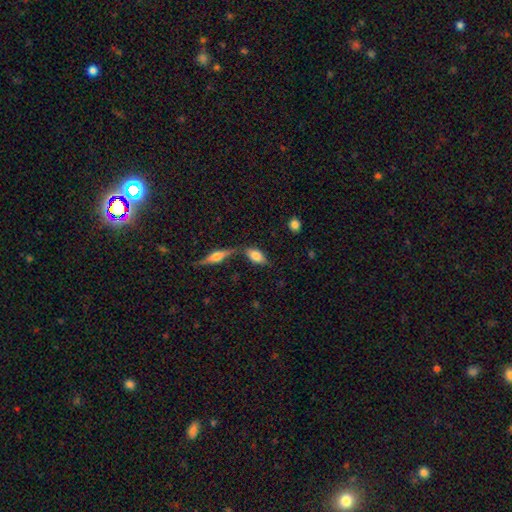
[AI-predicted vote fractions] smooth-or-featured: smooth: 70% | featured or disk: 23% | star or artifact: 7%
  how-rounded: in between: 86% | cigar-shaped: 10% | round: 4%
  merging: none: 62% | merger: 17% | minor disturbance: 17% | major disturbance: 5%